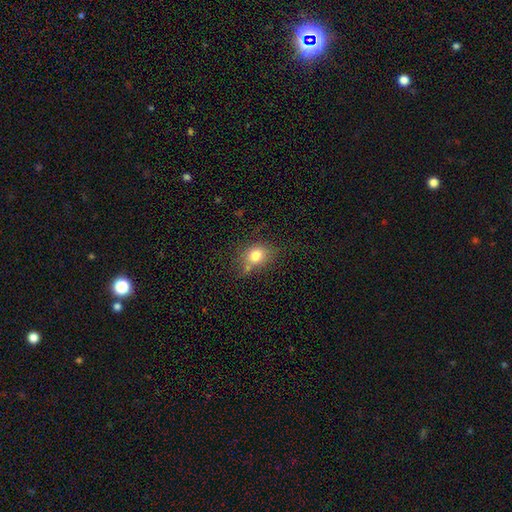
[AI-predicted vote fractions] This appears to be a smooth galaxy with no disk features (77%) that is round (55%). Merging: none (65%).